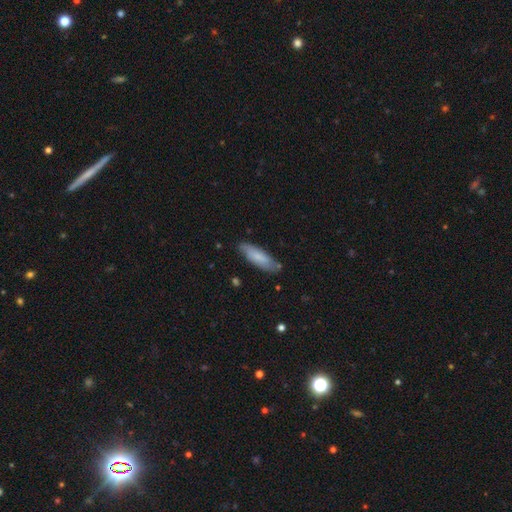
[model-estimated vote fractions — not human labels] This is likely a smooth galaxy (75%). How rounded: possibly cigar-shaped (54%). Merging: likely none (79%).